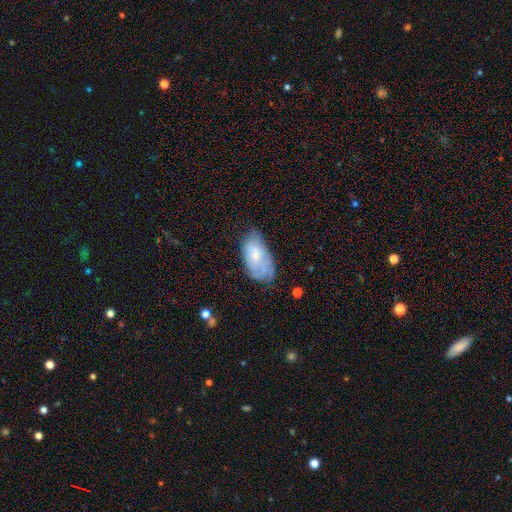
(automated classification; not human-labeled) Smooth or featured?
  - smooth: 58% *
  - featured or disk: 34%
  - star or artifact: 8%
How rounded?
  - in between: 93% *
  - round: 4%
  - cigar-shaped: 3%
Merging?
  - none: 51% *
  - minor disturbance: 34%
  - major disturbance: 12%
  - merger: 3%